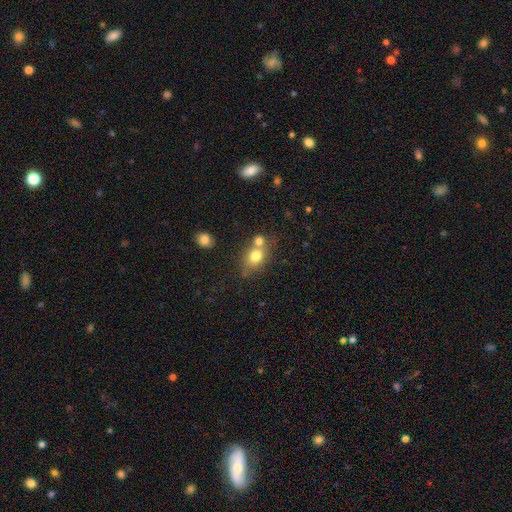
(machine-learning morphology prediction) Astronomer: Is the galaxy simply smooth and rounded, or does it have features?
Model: smooth — 76%.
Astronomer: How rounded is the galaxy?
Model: round — 50% (runner-up: in between, 49%).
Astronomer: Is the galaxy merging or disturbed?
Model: none — 47% (runner-up: merger, 39%).